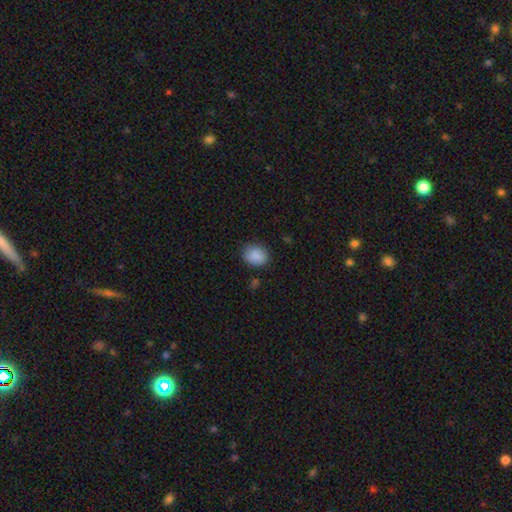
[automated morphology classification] smooth-or-featured: smooth: 88% | star or artifact: 8% | featured or disk: 4%
  how-rounded: in between: 50% | round: 49% | cigar-shaped: 1%
  merging: none: 81% | minor disturbance: 14% | major disturbance: 3% | merger: 2%